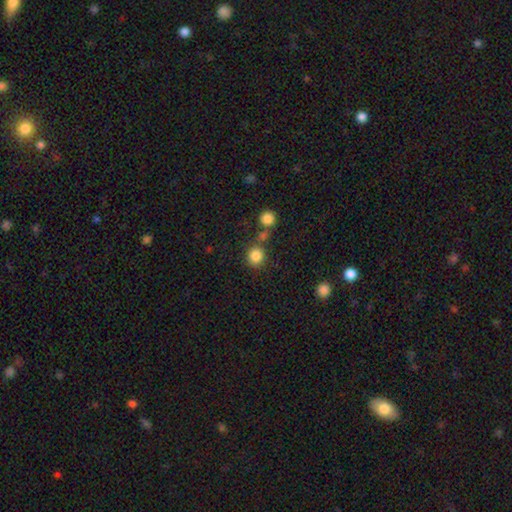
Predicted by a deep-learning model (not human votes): Morphology: type=smooth (84%); roundness=round (89%); merging=none (73%).